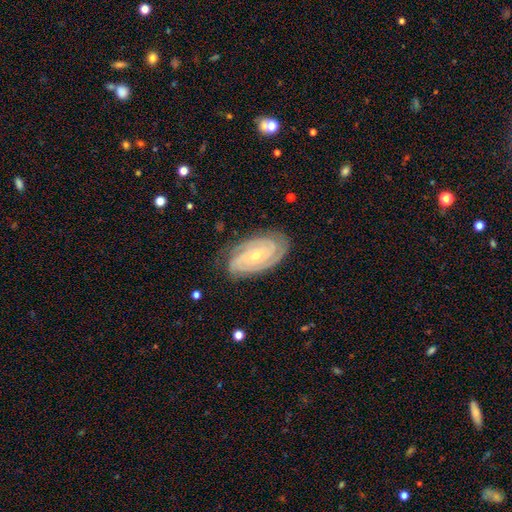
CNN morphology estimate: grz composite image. It shows a featured or disk galaxy (89%) with no bar (64%), 3 (30%) tight (79%) spiral arms (98%) and a small central bulge (68%). Merging: none (80%).